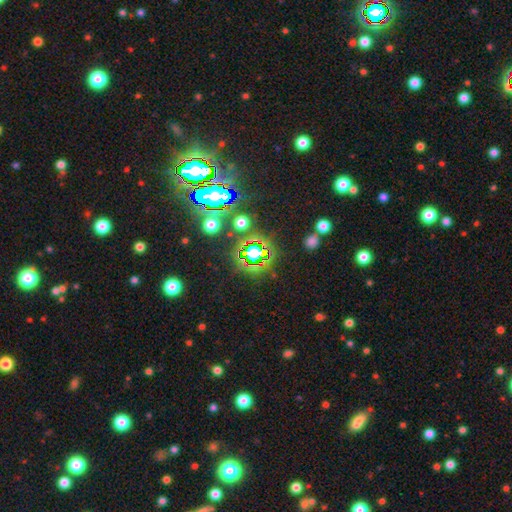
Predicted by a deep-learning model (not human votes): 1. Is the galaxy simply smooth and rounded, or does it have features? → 68% star or artifact, 22% smooth, 10% featured or disk.